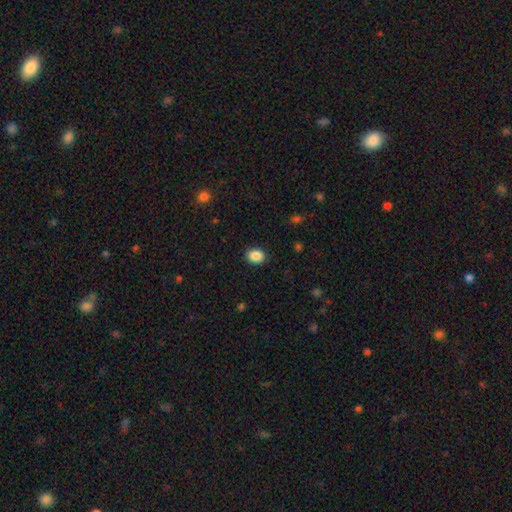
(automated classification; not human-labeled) Smooth or featured? smooth (88%)
How rounded? in between (54%)
Merging? none (90%)